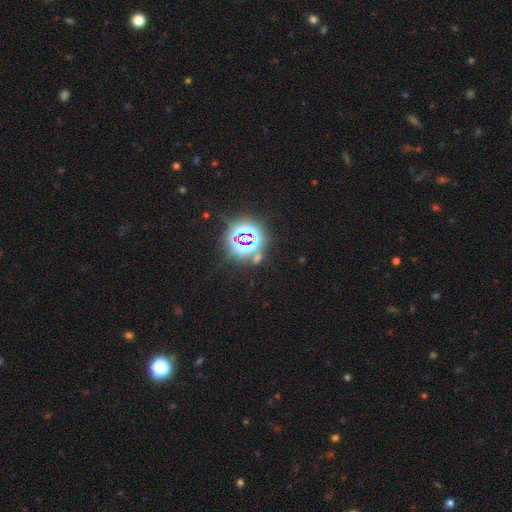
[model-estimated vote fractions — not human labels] Smooth or featured? Predicted: star or artifact (p=0.78).